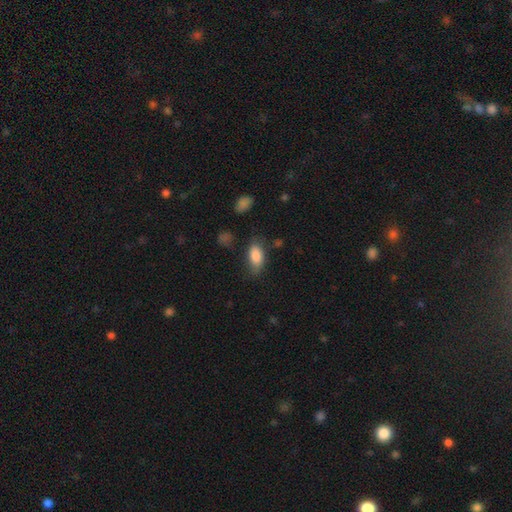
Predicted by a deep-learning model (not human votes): Smooth or featured? smooth (84%)
How rounded? in between (90%)
Merging? none (67%)